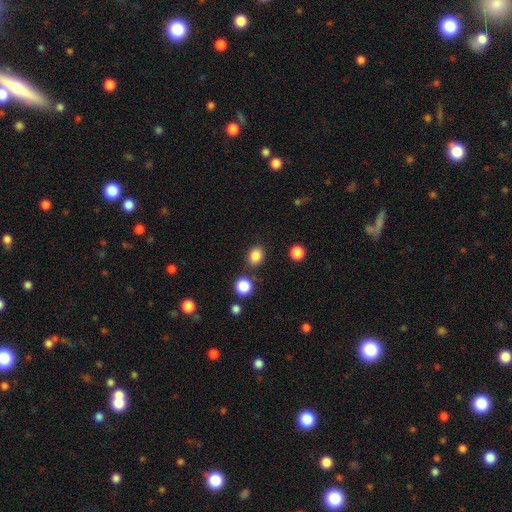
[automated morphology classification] This appears to be a smooth galaxy with no disk features (84%) that is round (52%). Merging: none (81%).